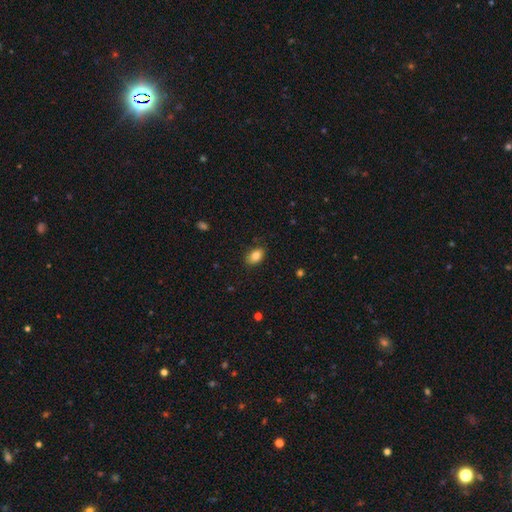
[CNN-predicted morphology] smooth-or-featured: smooth: 84% | star or artifact: 8% | featured or disk: 8%
  how-rounded: in between: 86% | round: 13% | cigar-shaped: 1%
  merging: none: 84% | minor disturbance: 13% | major disturbance: 3% | merger: 1%